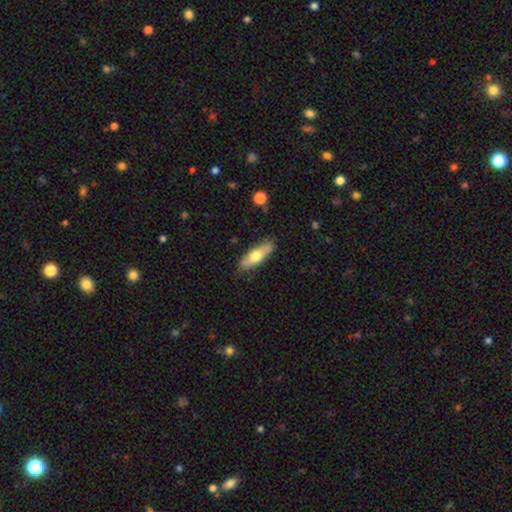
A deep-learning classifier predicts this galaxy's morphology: Q: Smooth or featured?
A: smooth (62%); runner-up: featured or disk (33%)
Q: How rounded?
A: in between (52%); runner-up: cigar-shaped (46%)
Q: Merging?
A: none (82%); runner-up: minor disturbance (13%)